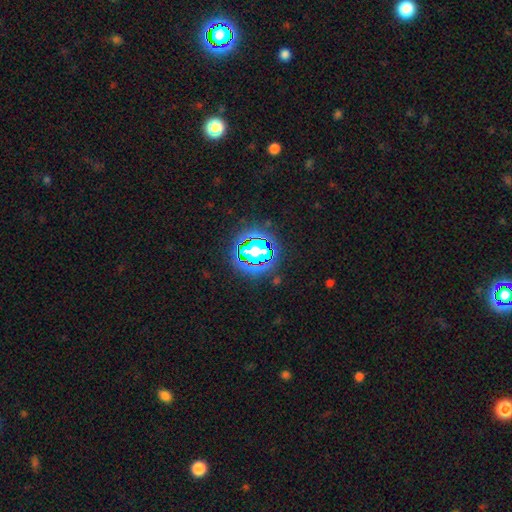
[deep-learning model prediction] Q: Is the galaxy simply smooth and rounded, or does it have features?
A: star or artifact — 71%.